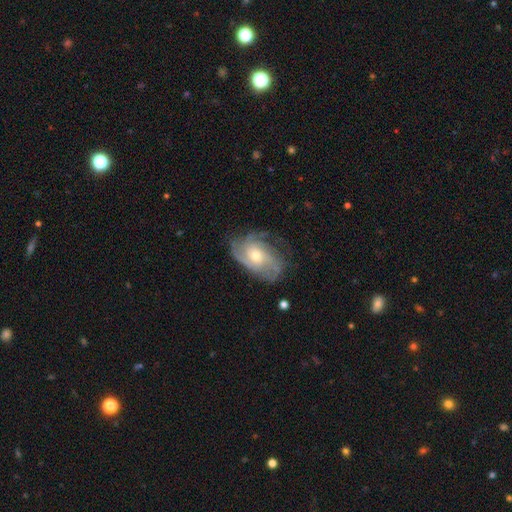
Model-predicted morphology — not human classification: Smooth or featured? Predicted: featured or disk (p=0.85). Edge-on disk? Predicted: no (p=0.97). Bar? Predicted: no (p=0.70). Spiral arms? Predicted: yes (p=0.96). Spiral winding? Predicted: tight (p=0.47). Spiral arm count? Predicted: 3 (p=0.38). Bulge size? Predicted: moderate (p=0.49). Merging? Predicted: none (p=0.67).